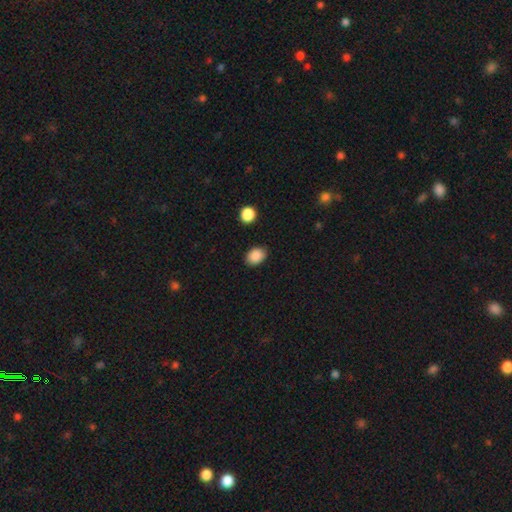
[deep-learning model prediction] Smooth or featured?
  - smooth: 89% *
  - star or artifact: 8%
  - featured or disk: 3%
How rounded?
  - in between: 71% *
  - round: 28%
  - cigar-shaped: 1%
Merging?
  - none: 86% *
  - minor disturbance: 10%
  - major disturbance: 2%
  - merger: 2%